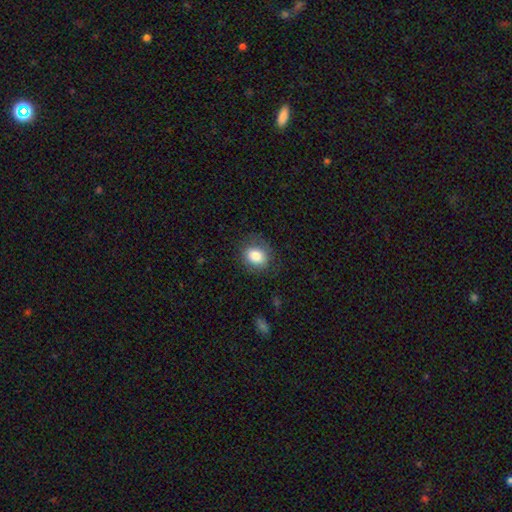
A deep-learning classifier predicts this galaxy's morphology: Smooth or featured?
  - smooth: 82% *
  - featured or disk: 10%
  - star or artifact: 9%
How rounded?
  - round: 53% *
  - in between: 46%
  - cigar-shaped: 1%
Merging?
  - none: 75% *
  - minor disturbance: 17%
  - major disturbance: 7%
  - merger: 1%